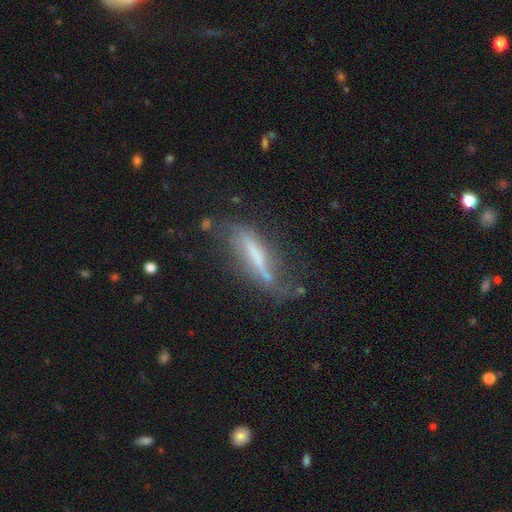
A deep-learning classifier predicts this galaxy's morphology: smooth-or-featured: featured or disk: 58% | smooth: 32% | star or artifact: 9%
  disk-edge-on: yes: 50% (tied) | no: 50% (tied)
  merging: none: 45% | minor disturbance: 28% | major disturbance: 20% | merger: 6%